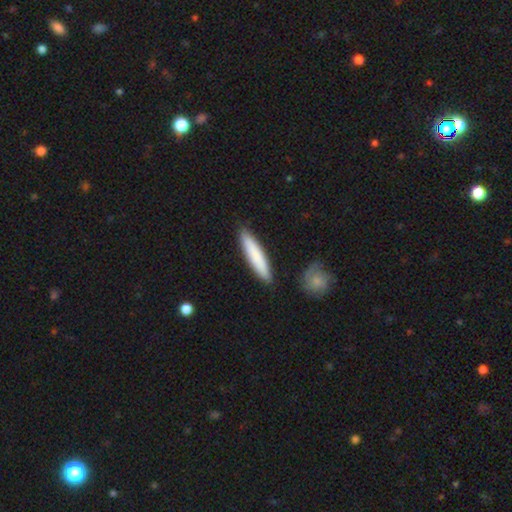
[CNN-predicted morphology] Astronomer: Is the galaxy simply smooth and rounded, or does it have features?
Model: smooth — 80%.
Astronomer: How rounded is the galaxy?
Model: cigar-shaped — 88%.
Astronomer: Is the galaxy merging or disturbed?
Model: none — 87%.